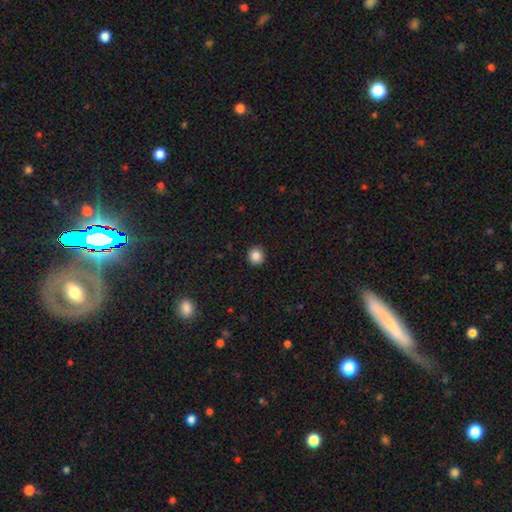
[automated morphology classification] smooth_or_featured: smooth (p=0.86) [alt: star or artifact p=0.10]
how_rounded: round (p=0.89) [alt: in between p=0.10]
merging: none (p=0.92) [alt: minor disturbance p=0.05]